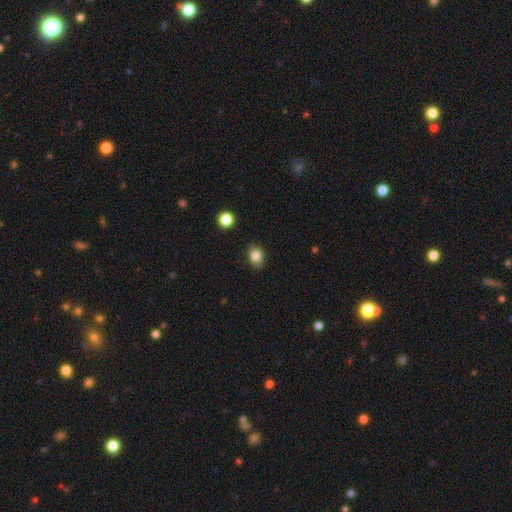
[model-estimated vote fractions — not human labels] The model was most divided on "how rounded": in between: 58%, round: 41%, cigar-shaped: 1%. More confident: merging — none (85%); smooth or featured — smooth (84%).